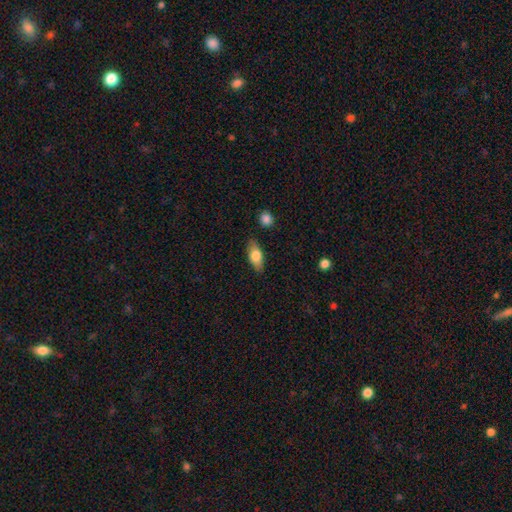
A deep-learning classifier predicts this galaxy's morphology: Smooth or featured? Predicted: smooth (p=0.74). How rounded? Predicted: in between (p=0.82). Merging? Predicted: none (p=0.84).